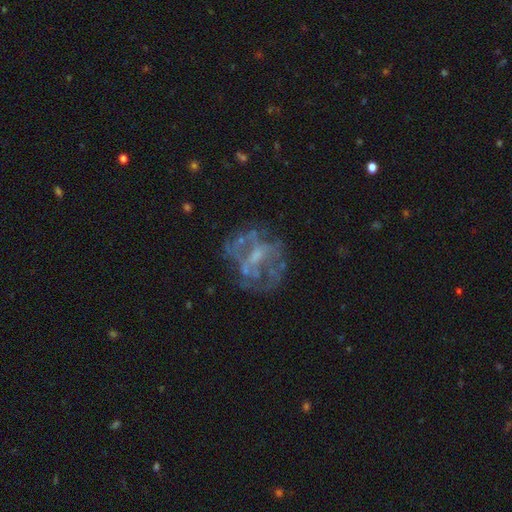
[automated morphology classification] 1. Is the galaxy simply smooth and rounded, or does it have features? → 71% featured or disk, 16% smooth, 12% star or artifact.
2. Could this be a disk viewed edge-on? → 97% no, 3% yes.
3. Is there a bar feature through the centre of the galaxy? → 59% no, 32% weak, 10% strong.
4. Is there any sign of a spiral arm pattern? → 70% no, 30% yes.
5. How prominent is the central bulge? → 36% small, 32% moderate, 28% none, 3% large, 1% dominant.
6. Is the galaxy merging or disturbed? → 58% none, 21% major disturbance, 17% minor disturbance, 5% merger.